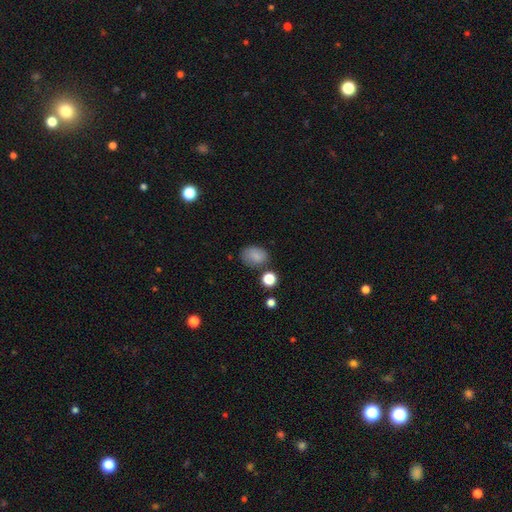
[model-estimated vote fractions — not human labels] Overall: smooth (82%). How rounded: in between (69%; round 30%). Merging: none (71%).